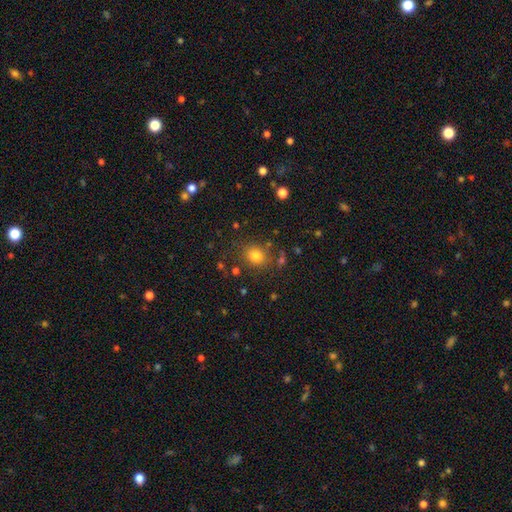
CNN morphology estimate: Smooth or featured?
  - smooth: 79% *
  - star or artifact: 14%
  - featured or disk: 7%
How rounded?
  - round: 65% *
  - in between: 34%
  - cigar-shaped: 1%
Merging?
  - none: 80% *
  - minor disturbance: 11%
  - merger: 4%
  - major disturbance: 4%